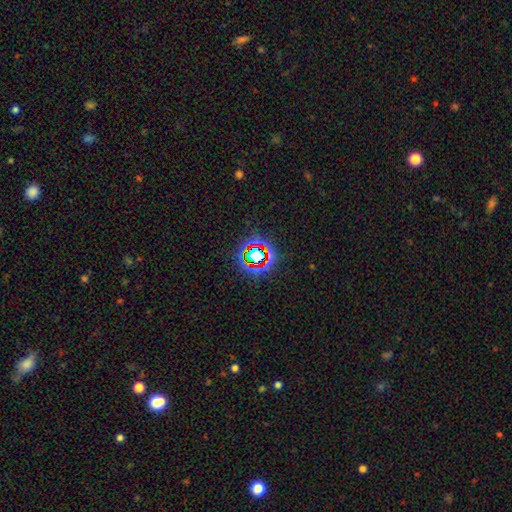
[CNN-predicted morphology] Smooth or featured: star or artifact — 69% (smooth — 20%)